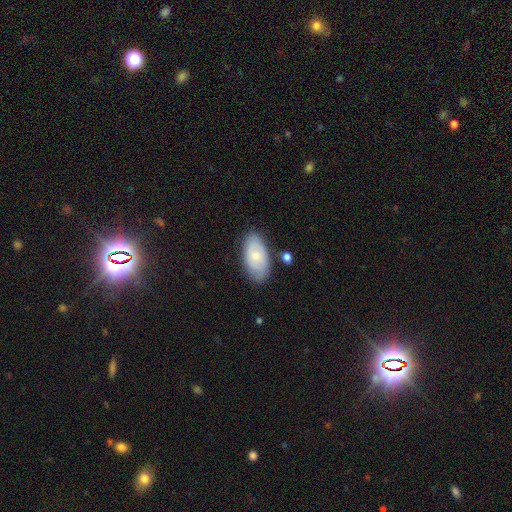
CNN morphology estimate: Smooth or featured? Predicted: smooth (p=0.62). How rounded? Predicted: in between (p=0.94). Merging? Predicted: none (p=0.76).